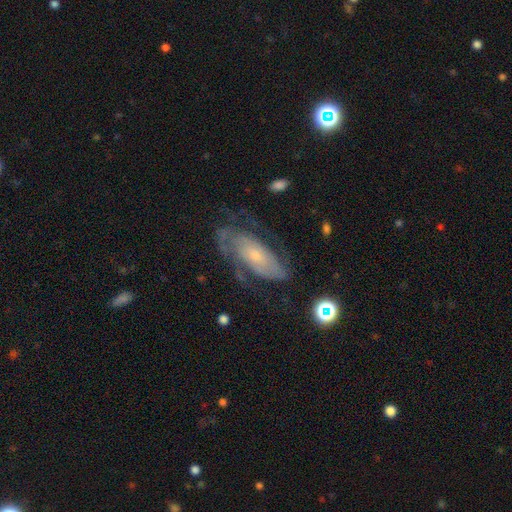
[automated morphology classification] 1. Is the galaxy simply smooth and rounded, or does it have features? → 74% featured or disk, 18% smooth, 8% star or artifact.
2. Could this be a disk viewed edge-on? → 91% no, 9% yes.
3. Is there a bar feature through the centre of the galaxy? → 72% no, 22% weak, 6% strong.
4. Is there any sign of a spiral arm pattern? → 85% yes, 15% no.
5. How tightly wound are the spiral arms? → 47% tight, 37% medium, 15% loose.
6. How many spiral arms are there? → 42% 2, 39% can't tell, 7% 3, 6% 1, 3% 4, 3% more than 4.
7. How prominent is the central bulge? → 64% small, 27% moderate, 4% none, 3% large, 1% dominant.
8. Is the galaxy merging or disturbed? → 57% none, 21% minor disturbance, 19% major disturbance, 2% merger.